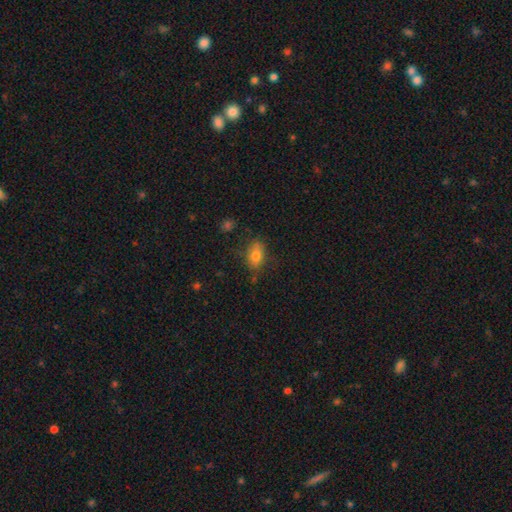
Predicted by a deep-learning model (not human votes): Q: Smooth or featured?
A: smooth (77%); runner-up: featured or disk (12%)
Q: How rounded?
A: in between (81%); runner-up: round (15%)
Q: Merging?
A: none (72%); runner-up: minor disturbance (20%)